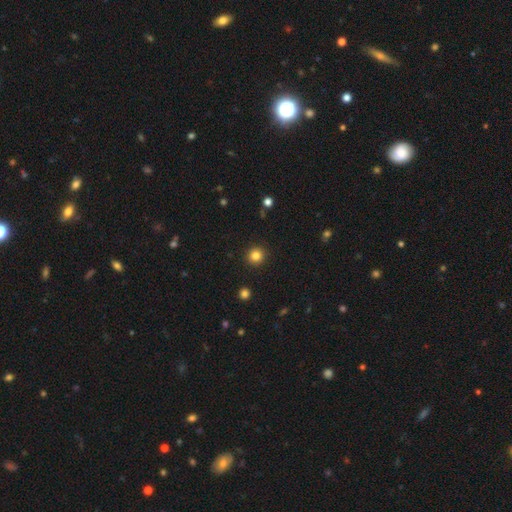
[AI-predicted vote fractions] Smooth or featured?
  - smooth: 83% *
  - star or artifact: 12%
  - featured or disk: 5%
How rounded?
  - round: 94% *
  - in between: 5%
  - cigar-shaped: 1%
Merging?
  - none: 92% *
  - minor disturbance: 5%
  - major disturbance: 2%
  - merger: 1%